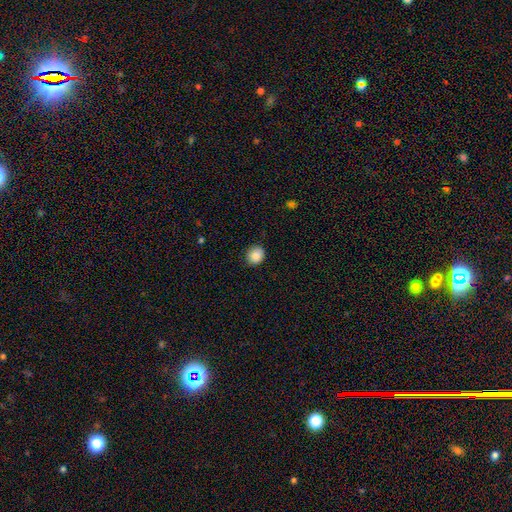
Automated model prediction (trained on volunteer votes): Smooth or featured?
  - smooth: 87% *
  - star or artifact: 9%
  - featured or disk: 4%
How rounded?
  - round: 74% *
  - in between: 25%
  - cigar-shaped: 1%
Merging?
  - none: 86% *
  - minor disturbance: 11%
  - major disturbance: 2%
  - merger: 1%